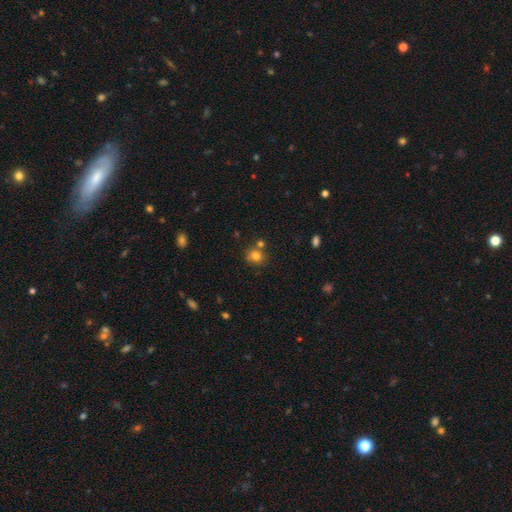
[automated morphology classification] Smooth or featured?
  - smooth: 78% *
  - star or artifact: 14%
  - featured or disk: 9%
How rounded?
  - round: 83% *
  - in between: 16%
  - cigar-shaped: 1%
Merging?
  - none: 69% *
  - merger: 18%
  - minor disturbance: 10%
  - major disturbance: 3%